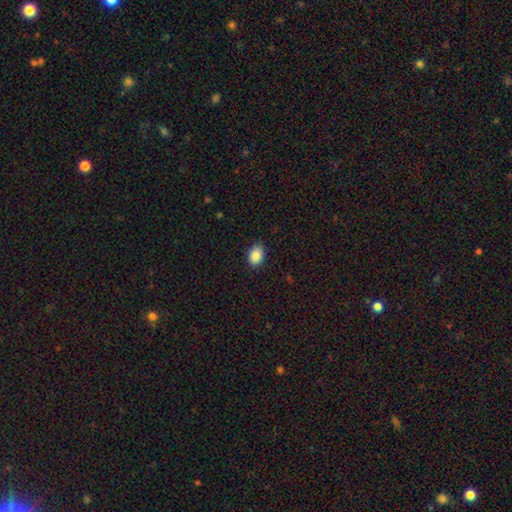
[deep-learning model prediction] smooth 88%, star or artifact 8%, featured or disk 4%. Down the decision tree: how rounded — in between (80%); merging — none (83%).